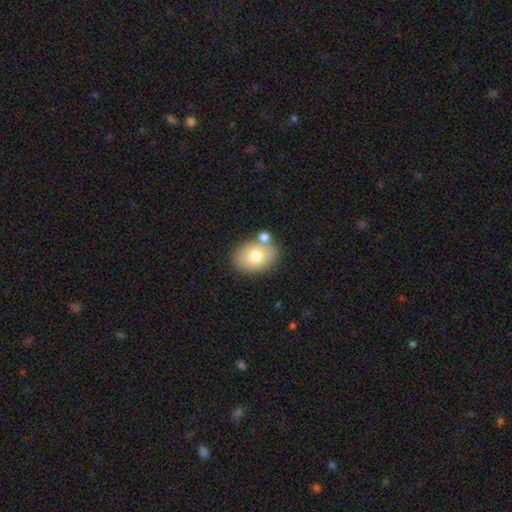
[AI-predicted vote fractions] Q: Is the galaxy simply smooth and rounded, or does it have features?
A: smooth — 76%.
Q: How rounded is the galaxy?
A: in between — 69%.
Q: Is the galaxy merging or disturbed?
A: none — 69%.